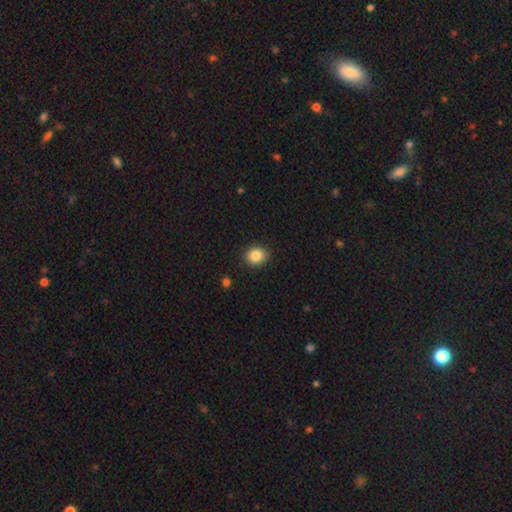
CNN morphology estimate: The model was most divided on "how rounded": round: 75%, in between: 24%, cigar-shaped: 1%. More confident: merging — none (89%); smooth or featured — smooth (86%).